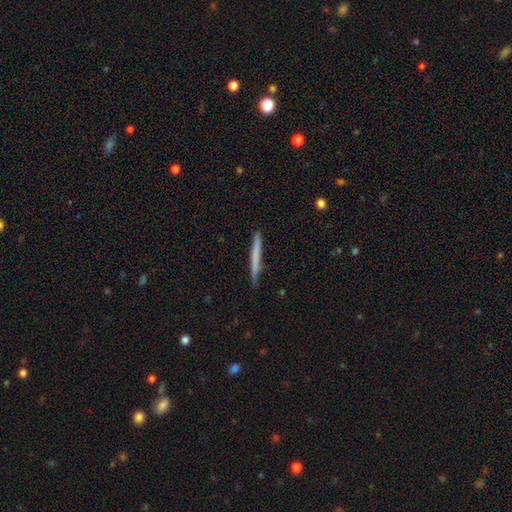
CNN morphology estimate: A smooth galaxy with no disk features (60%) that is cigar-shaped (97%). Merging: none (89%).